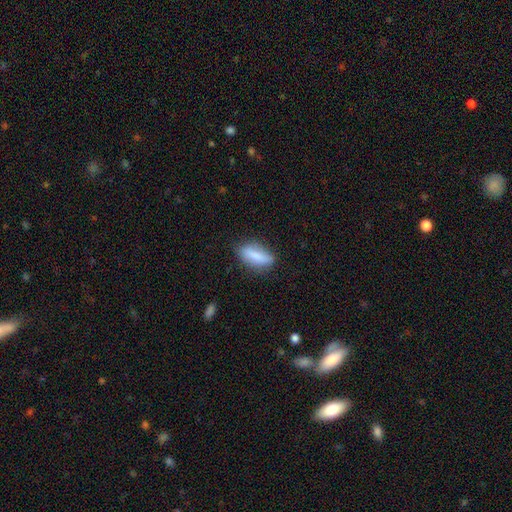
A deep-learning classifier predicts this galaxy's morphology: smooth 78%, featured or disk 15%, star or artifact 7%. Down the decision tree: how rounded — in between (65%); merging — none (76%).